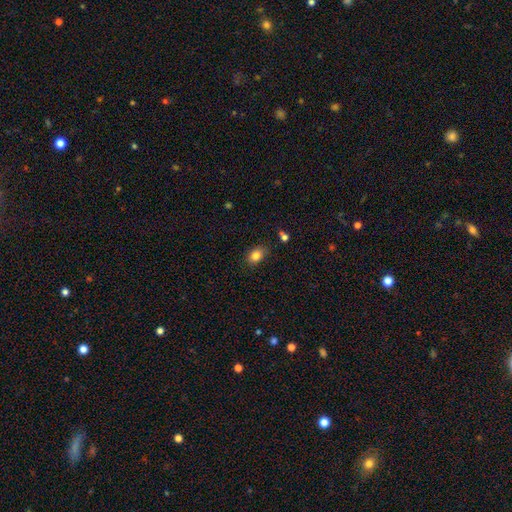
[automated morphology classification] A smooth galaxy with no disk features (83%) that is in between round and cigar-shaped (78%). Merging: none (82%).